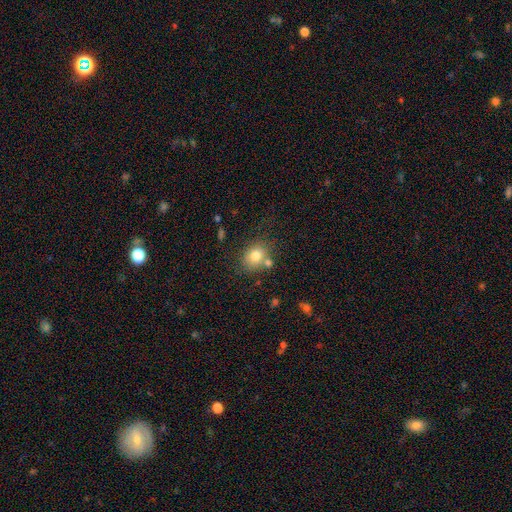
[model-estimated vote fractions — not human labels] Morphology: type=smooth (79%); roundness=round (51%); merging=none (62%).